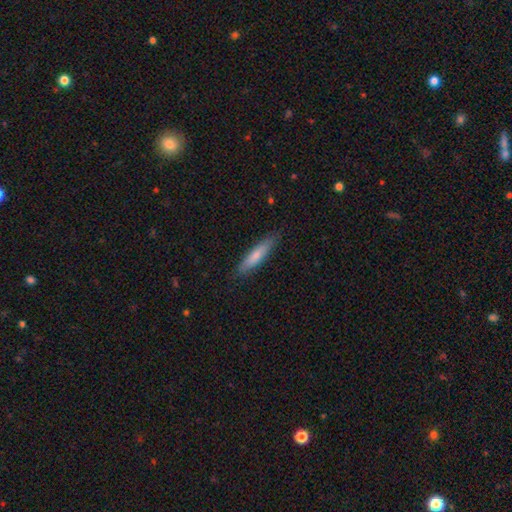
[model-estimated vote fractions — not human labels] Smooth or featured: smooth — 73% (featured or disk — 22%)
How rounded: cigar-shaped — 84% (in between — 15%)
Merging: none — 85% (minor disturbance — 12%)